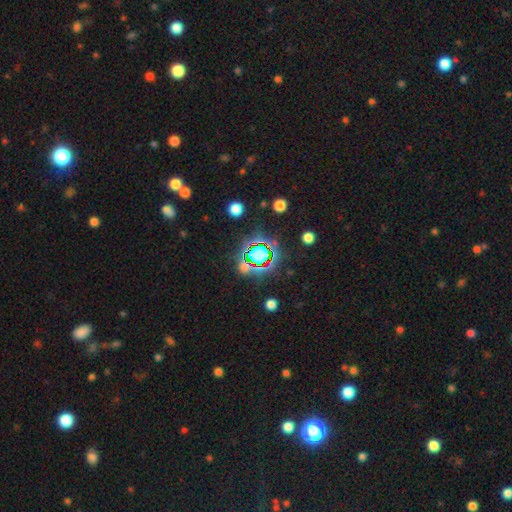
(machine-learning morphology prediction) smooth-or-featured: star or artifact: 61% | smooth: 26% | featured or disk: 12%